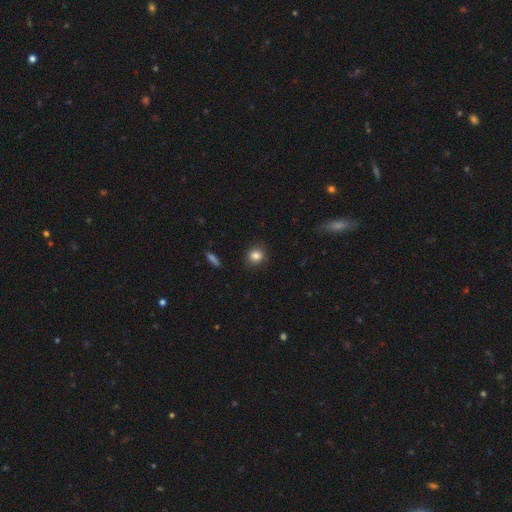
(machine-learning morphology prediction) This appears to be a smooth galaxy with no disk features (84%) that is round (82%). Merging: none (86%).